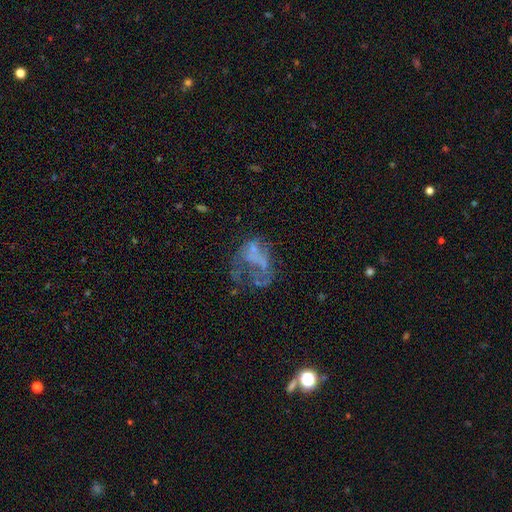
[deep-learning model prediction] Overall: featured or disk (55%; smooth 26%). Edge-on disk: no (98%). Bar: no (90%). Spiral arms: no (89%). Bulge size: none (75%). Merging: major disturbance (43%; none 30%).